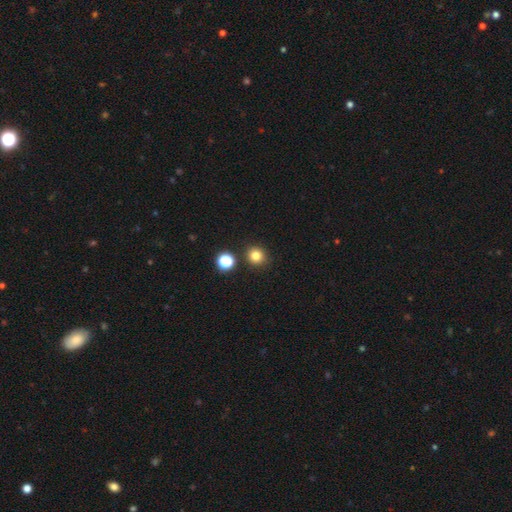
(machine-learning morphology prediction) Overall: smooth (80%). How rounded: round (90%). Merging: none (87%).